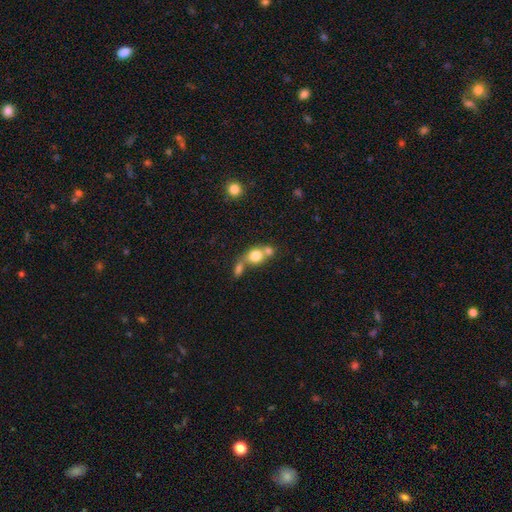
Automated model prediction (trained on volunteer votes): Smooth or featured? smooth (74%)
How rounded? round (66%)
Merging? merger (57%)